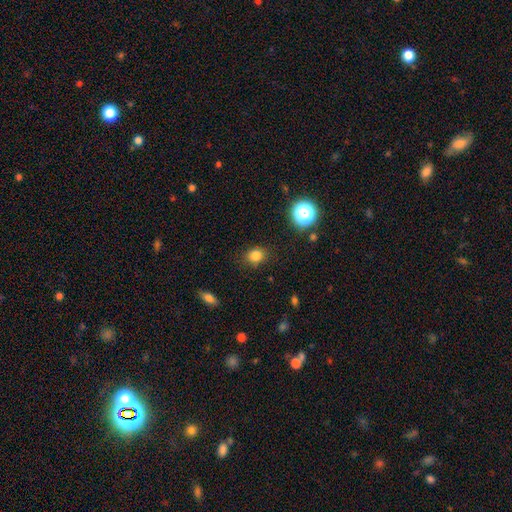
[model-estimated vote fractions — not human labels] smooth-or-featured: smooth: 80% | star or artifact: 14% | featured or disk: 6%
  how-rounded: round: 68% | in between: 31% | cigar-shaped: 1%
  merging: none: 86% | minor disturbance: 9% | major disturbance: 3% | merger: 1%